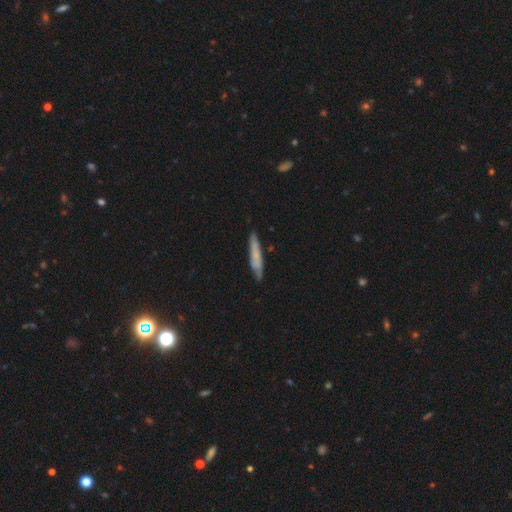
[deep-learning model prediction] Smooth or featured: smooth — 56% (featured or disk — 38%)
How rounded: cigar-shaped — 91% (in between — 7%)
Merging: none — 81% (minor disturbance — 15%)